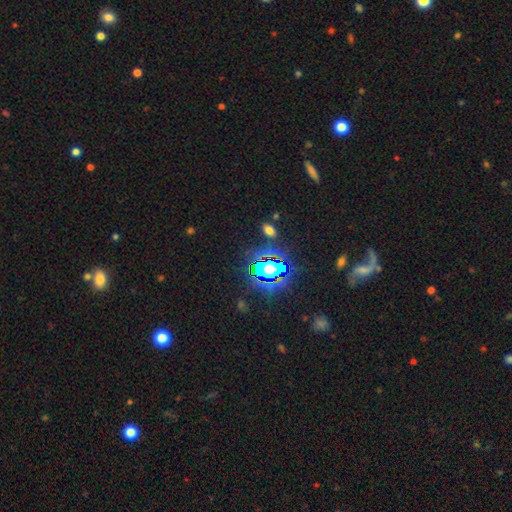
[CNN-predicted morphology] Smooth or featured? Predicted: star or artifact (p=0.78).